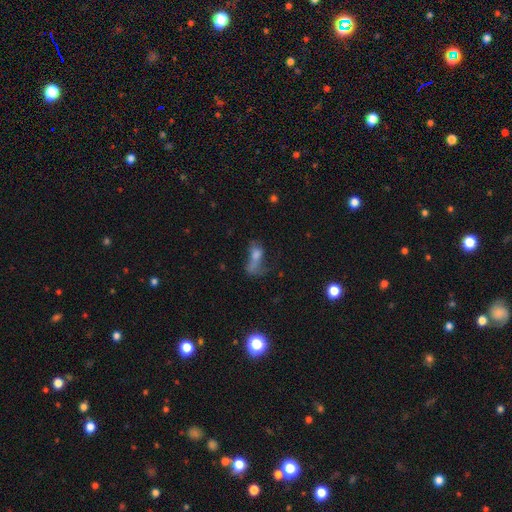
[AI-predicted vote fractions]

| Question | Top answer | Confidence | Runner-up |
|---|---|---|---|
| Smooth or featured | smooth | 46% | featured or disk (33%) |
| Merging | major disturbance | 44% | none (24%) |